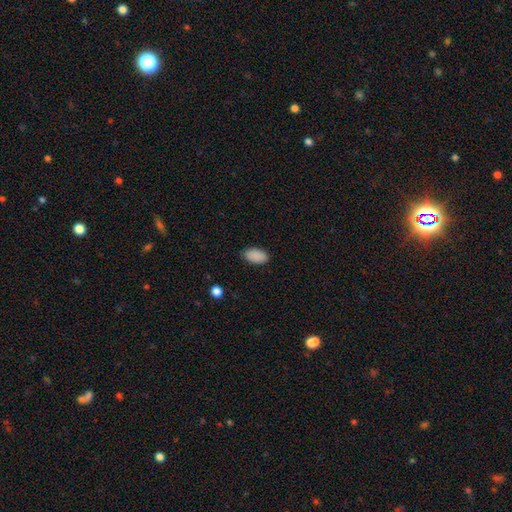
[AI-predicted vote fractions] smooth_or_featured: smooth (p=0.90) [alt: star or artifact p=0.07]
how_rounded: in between (p=0.94) [alt: round p=0.04]
merging: none (p=0.85) [alt: minor disturbance p=0.11]